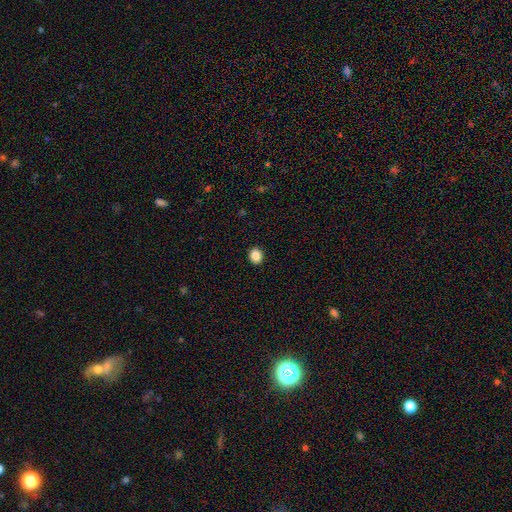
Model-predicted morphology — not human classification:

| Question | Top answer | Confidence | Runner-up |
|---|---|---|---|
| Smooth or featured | smooth | 87% | star or artifact (10%) |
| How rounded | round | 64% | in between (35%) |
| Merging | none | 92% | minor disturbance (5%) |